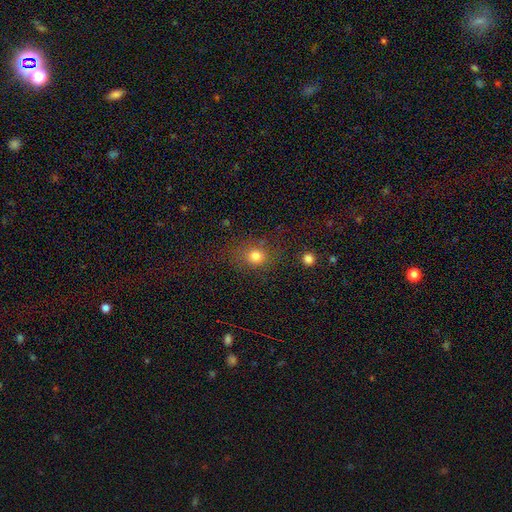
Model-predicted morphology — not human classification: smooth_or_featured: smooth (p=0.79) [alt: star or artifact p=0.14]
how_rounded: round (p=0.73) [alt: in between p=0.26]
merging: none (p=0.75) [alt: minor disturbance p=0.14]